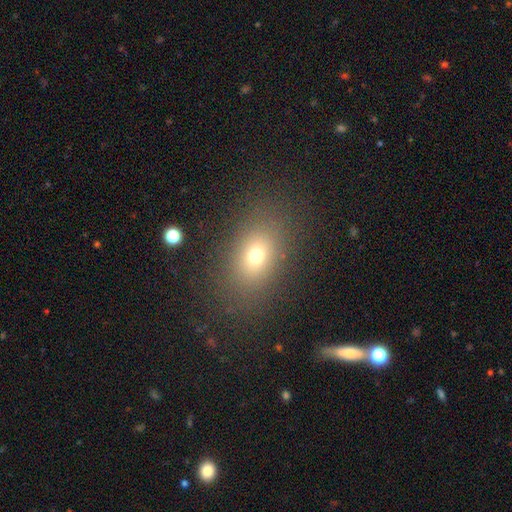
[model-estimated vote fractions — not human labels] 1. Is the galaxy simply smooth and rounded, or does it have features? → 71% smooth, 16% star or artifact, 13% featured or disk.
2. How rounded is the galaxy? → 72% in between, 27% round, 2% cigar-shaped.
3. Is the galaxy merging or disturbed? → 83% none, 9% minor disturbance, 6% major disturbance, 2% merger.